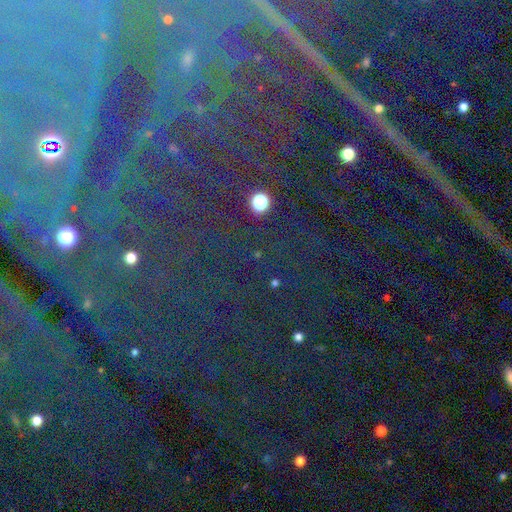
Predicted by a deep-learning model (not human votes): Smooth or featured: star or artifact — 80% (featured or disk — 11%)